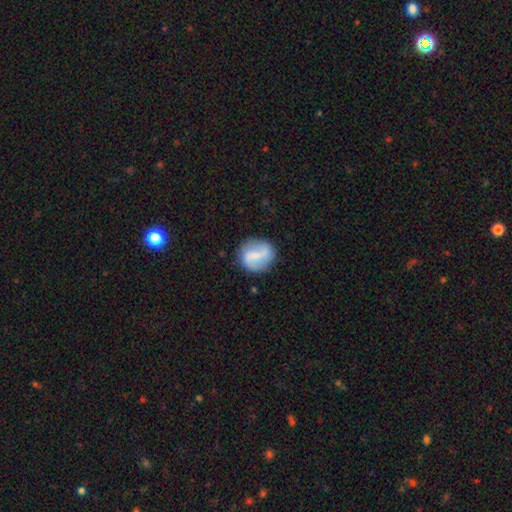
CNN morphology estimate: This appears to be a featured or disk galaxy (55%) with a weak bar (44%), spiral arms (81%) and a small central bulge (44%). Merging: none (79%).